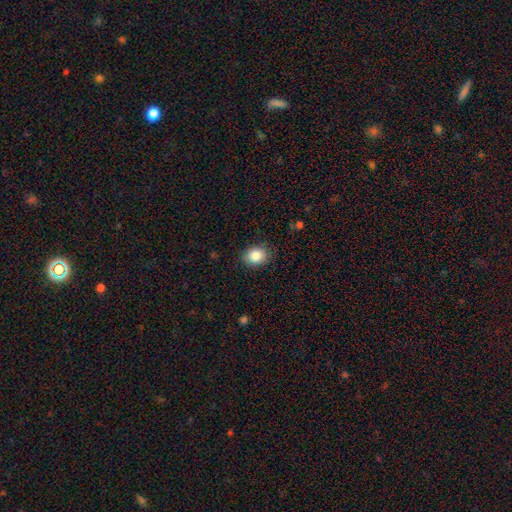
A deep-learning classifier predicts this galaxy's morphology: Smooth or featured?
  - smooth: 86% *
  - star or artifact: 9%
  - featured or disk: 6%
How rounded?
  - round: 51% *
  - in between: 48%
  - cigar-shaped: 1%
Merging?
  - none: 84% *
  - minor disturbance: 12%
  - major disturbance: 3%
  - merger: 1%